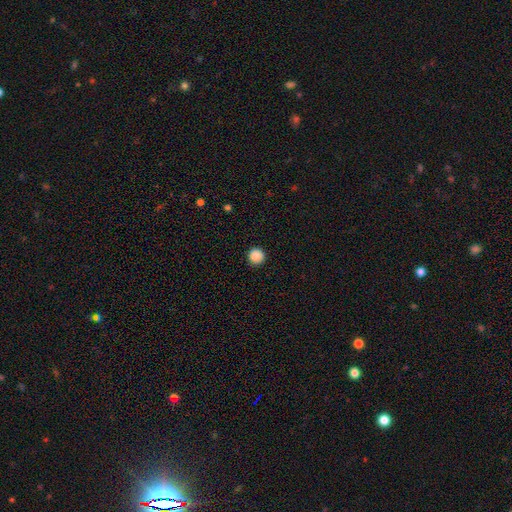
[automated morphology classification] Smooth or featured? Predicted: smooth (p=0.87). How rounded? Predicted: round (p=0.93). Merging? Predicted: none (p=0.89).